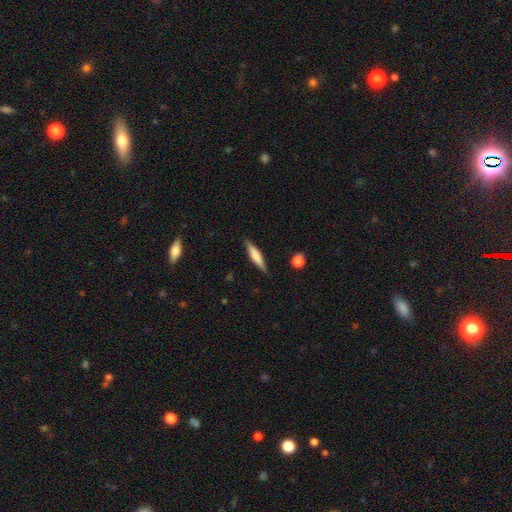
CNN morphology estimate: Overall: smooth (53%; featured or disk 41%). How rounded: cigar-shaped (82%). Merging: none (87%).